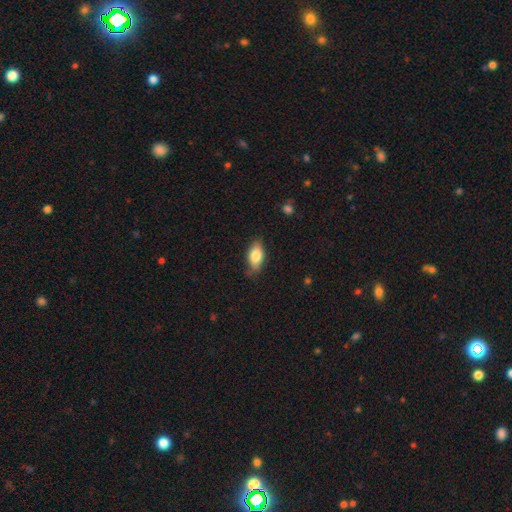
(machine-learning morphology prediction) smooth 79%, featured or disk 14%, star or artifact 7%. Down the decision tree: how rounded — in between (89%); merging — none (74%).